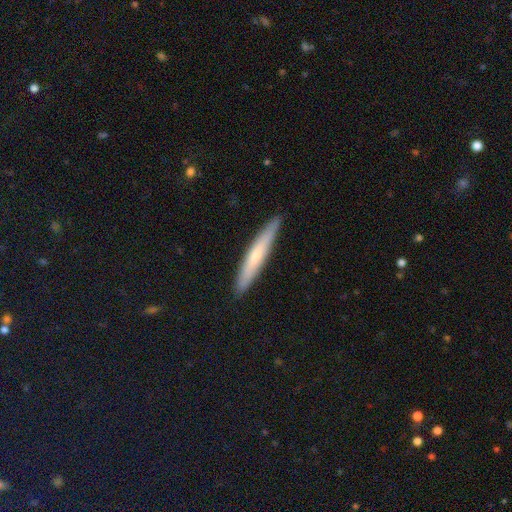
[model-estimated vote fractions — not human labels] Smooth or featured?
  - smooth: 60% *
  - featured or disk: 35%
  - star or artifact: 5%
How rounded?
  - cigar-shaped: 94% *
  - in between: 5%
  - round: 1%
Merging?
  - none: 89% *
  - minor disturbance: 8%
  - major disturbance: 1%
  - merger: 1%